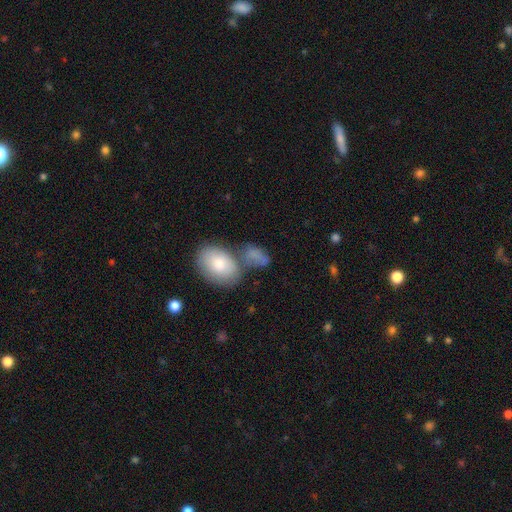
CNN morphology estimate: The model was most divided on "merging": merger: 39%, none: 34%, minor disturbance: 16%, major disturbance: 10%. More confident: how rounded — in between (83%); smooth or featured — smooth (75%).